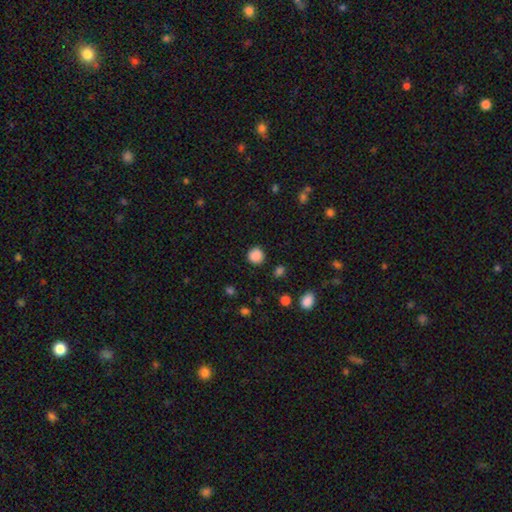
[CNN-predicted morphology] A smooth galaxy with no disk features (86%) that is round (92%).

Vote fractions:
- Smooth or featured? smooth: 86% / star or artifact: 11% / featured or disk: 3%
- How rounded? round: 92% / in between: 7% / cigar-shaped: 1%
- Merging? none: 89% / minor disturbance: 7% / major disturbance: 3% / merger: 2%